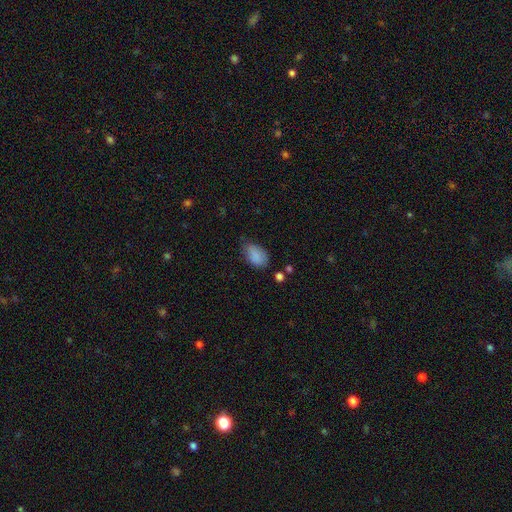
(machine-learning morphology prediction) Smooth or featured? Predicted: smooth (p=0.86). How rounded? Predicted: in between (p=0.90). Merging? Predicted: none (p=0.55).